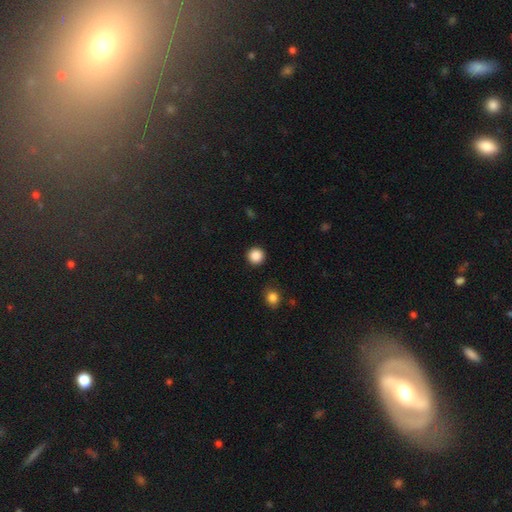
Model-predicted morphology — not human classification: smooth-or-featured: smooth: 87% | star or artifact: 10% | featured or disk: 3%
  how-rounded: round: 95% | in between: 4% | cigar-shaped: 1%
  merging: none: 92% | minor disturbance: 5% | major disturbance: 2% | merger: 1%